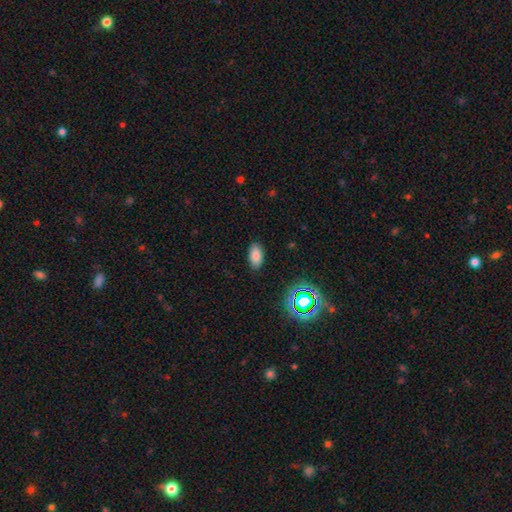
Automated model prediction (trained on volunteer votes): smooth-or-featured: smooth: 81% | star or artifact: 12% | featured or disk: 7%
  how-rounded: in between: 92% | cigar-shaped: 4% | round: 4%
  merging: none: 87% | minor disturbance: 9% | major disturbance: 2% | merger: 1%